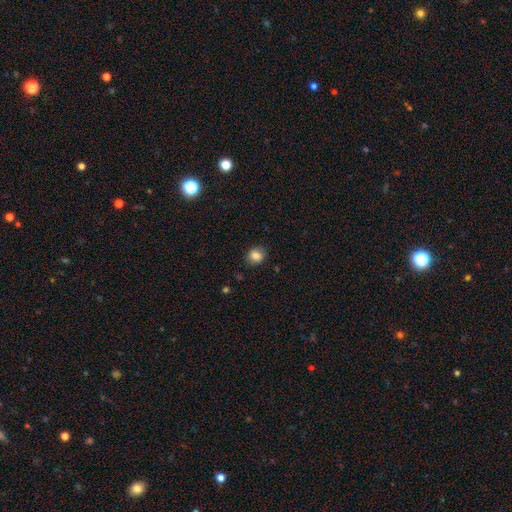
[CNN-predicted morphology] Smooth or featured? smooth (83%)
How rounded? round (69%)
Merging? none (83%)